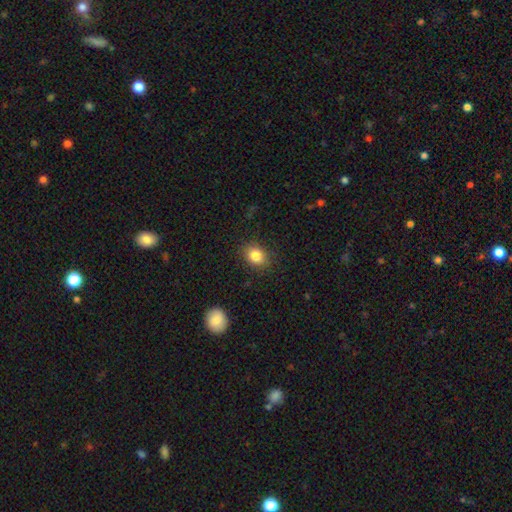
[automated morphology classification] smooth-or-featured: smooth: 85% | star or artifact: 9% | featured or disk: 6%
  how-rounded: in between: 54% | round: 45% | cigar-shaped: 1%
  merging: none: 85% | minor disturbance: 11% | major disturbance: 3% | merger: 1%